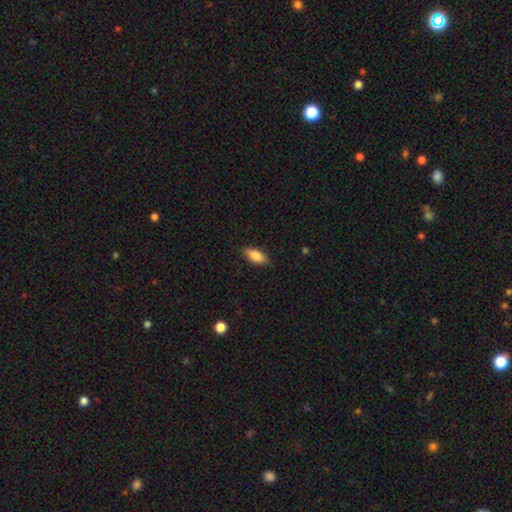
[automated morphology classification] Smooth or featured?
  - smooth: 76% *
  - featured or disk: 17%
  - star or artifact: 7%
How rounded?
  - in between: 79% *
  - cigar-shaped: 18%
  - round: 3%
Merging?
  - none: 85% *
  - minor disturbance: 12%
  - major disturbance: 2%
  - merger: 1%